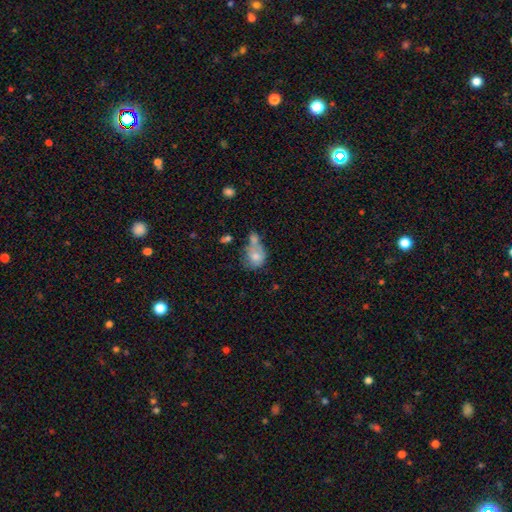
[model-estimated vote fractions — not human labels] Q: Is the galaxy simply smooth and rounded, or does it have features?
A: smooth — 71%.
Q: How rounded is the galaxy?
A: round — 54%.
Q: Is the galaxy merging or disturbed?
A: merger — 47%.